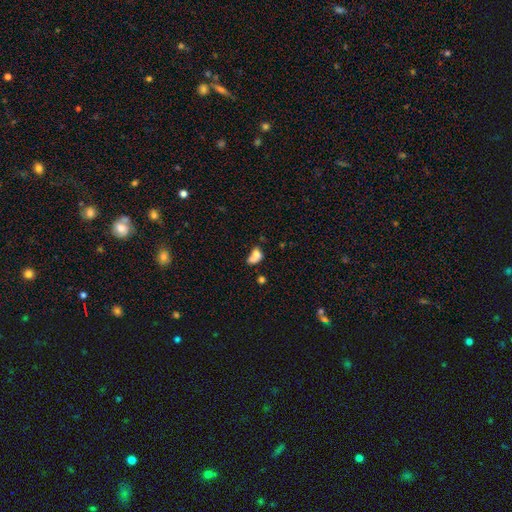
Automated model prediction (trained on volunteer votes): This is likely a smooth galaxy (69%). How rounded: likely in between (70%). Merging: possibly merger (49%).